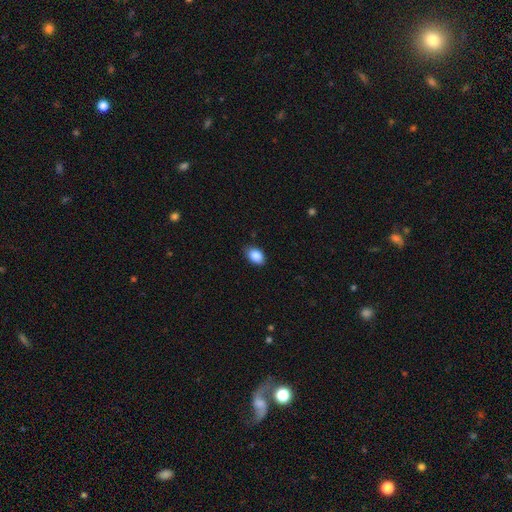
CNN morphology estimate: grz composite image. It shows a smooth galaxy with no disk features (89%) that is in between round and cigar-shaped (86%). Merging: none (84%).